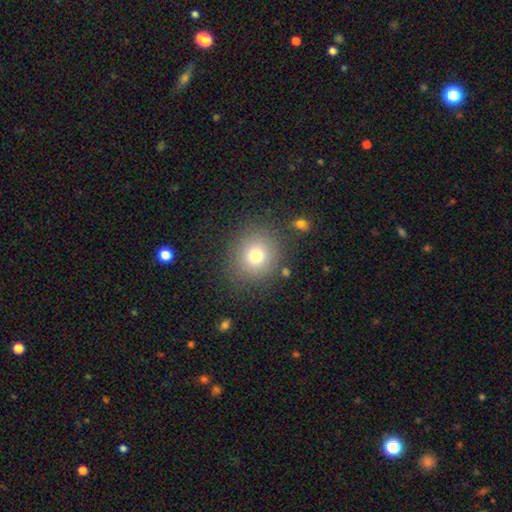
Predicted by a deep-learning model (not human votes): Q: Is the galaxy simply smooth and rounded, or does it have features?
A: smooth — 75%.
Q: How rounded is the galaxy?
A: round — 89%.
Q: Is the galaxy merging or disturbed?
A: none — 83%.